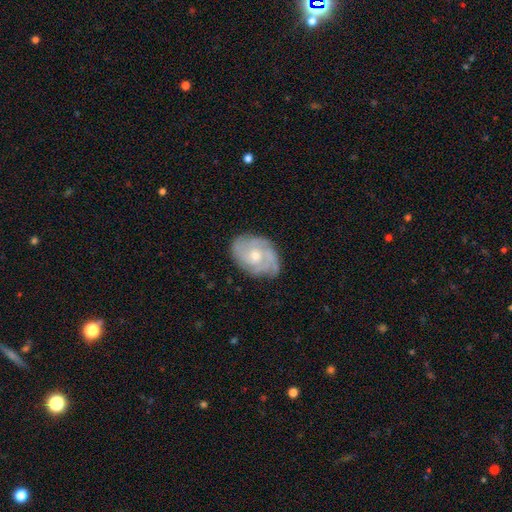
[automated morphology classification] featured or disk 73%, smooth 21%, star or artifact 6%. Down the decision tree: edge-on disk — no (96%); bar — no (76%); spiral arms — yes (88%); spiral arm count — can't tell (39%); spiral winding — tight (55%); bulge size — moderate (58%); merging — none (73%).